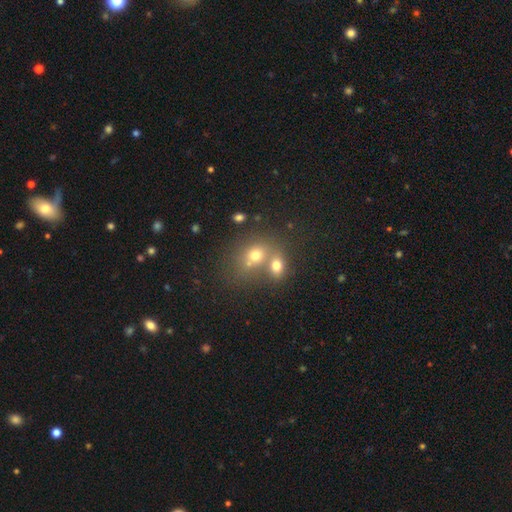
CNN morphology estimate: This is likely a smooth galaxy (66%). How rounded: possibly round (54%). Merging: likely merger (60%).